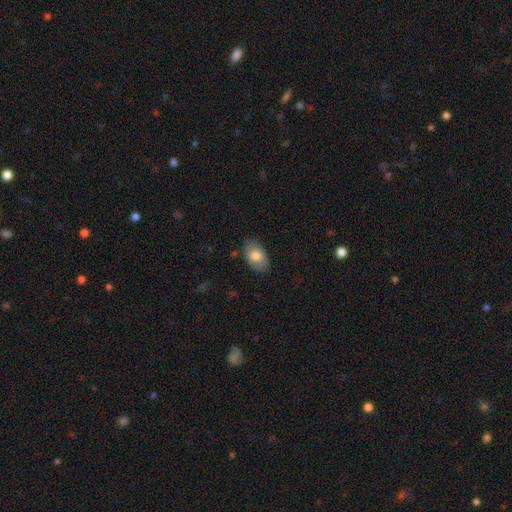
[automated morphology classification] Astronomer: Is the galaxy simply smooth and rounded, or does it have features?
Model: smooth — 80%.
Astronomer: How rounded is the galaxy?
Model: in between — 91%.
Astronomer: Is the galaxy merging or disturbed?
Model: none — 82%.